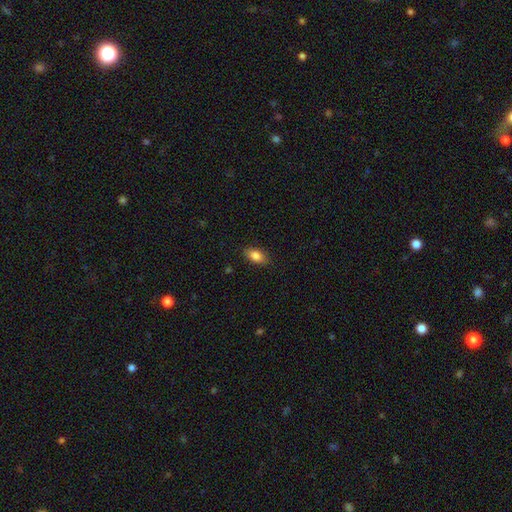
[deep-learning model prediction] Smooth or featured? smooth (84%)
How rounded? in between (89%)
Merging? none (86%)